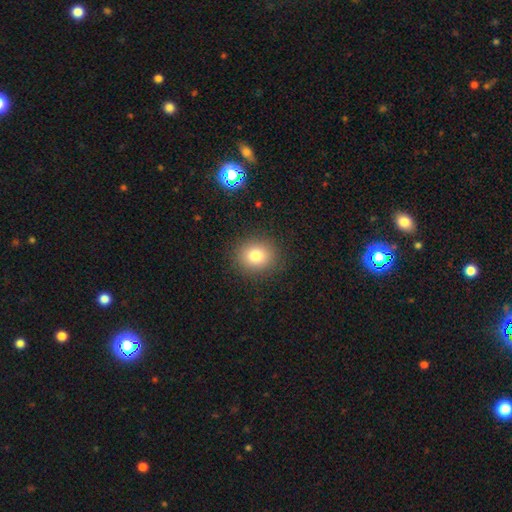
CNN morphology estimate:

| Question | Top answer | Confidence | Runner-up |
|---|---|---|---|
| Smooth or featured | smooth | 80% | star or artifact (12%) |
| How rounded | round | 76% | in between (24%) |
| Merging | none | 89% | minor disturbance (7%) |